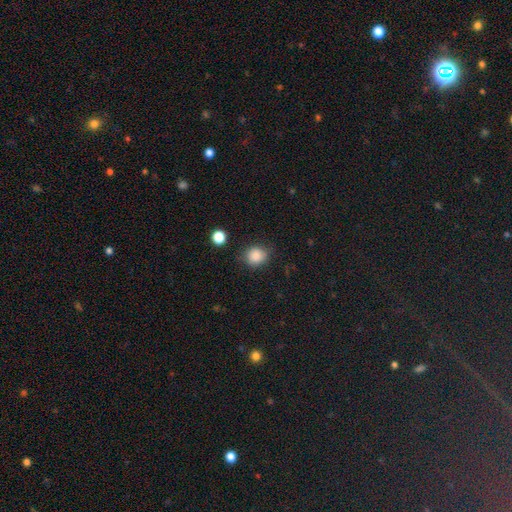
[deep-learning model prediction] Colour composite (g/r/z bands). It shows a smooth galaxy with no disk features (86%) that is round (79%). Merging: none (79%).